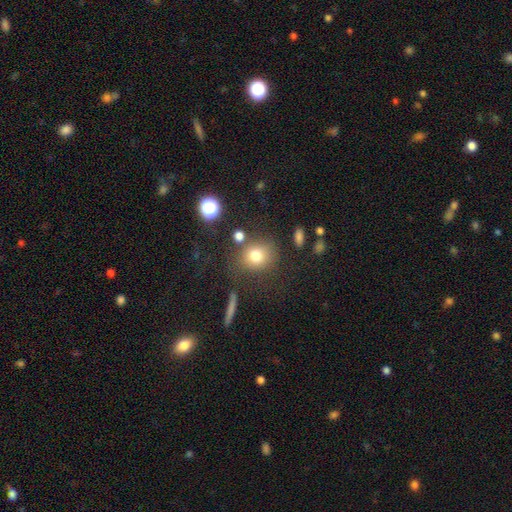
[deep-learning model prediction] The model was most divided on "merging": none: 73%, minor disturbance: 13%, merger: 8%, major disturbance: 6%. More confident: how rounded — round (81%); smooth or featured — smooth (76%).